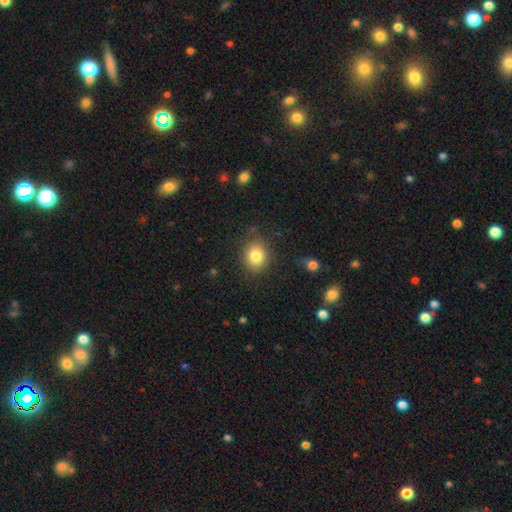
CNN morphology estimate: Smooth or featured? Predicted: smooth (p=0.82). How rounded? Predicted: round (p=0.69). Merging? Predicted: none (p=0.84).